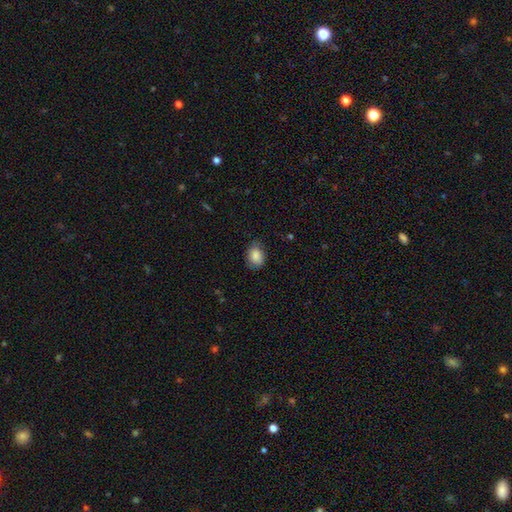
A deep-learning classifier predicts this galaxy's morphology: smooth-or-featured: smooth: 87% | star or artifact: 8% | featured or disk: 5%
  how-rounded: in between: 64% | round: 35% | cigar-shaped: 1%
  merging: none: 72% | minor disturbance: 23% | major disturbance: 5% | merger: 1%